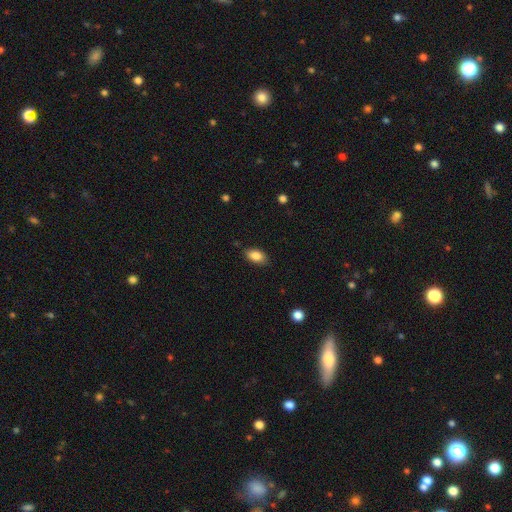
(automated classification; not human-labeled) This is clearly a smooth galaxy (86%). How rounded: clearly in between (91%). Merging: clearly none (83%).